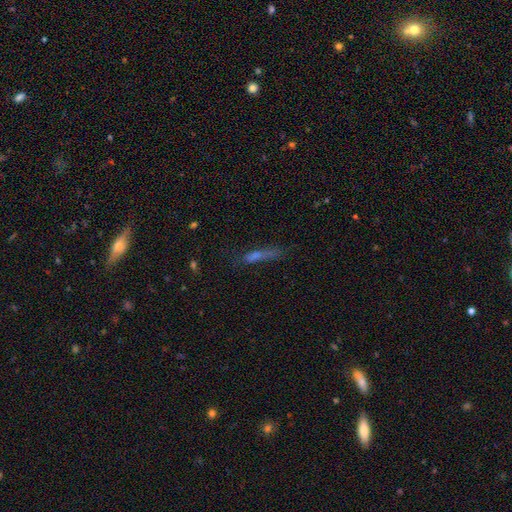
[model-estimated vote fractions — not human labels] smooth_or_featured: smooth (p=0.50) [alt: featured or disk p=0.30]
how_rounded: cigar-shaped (p=0.86) [alt: in between p=0.11]
merging: none (p=0.59) [alt: minor disturbance p=0.22]